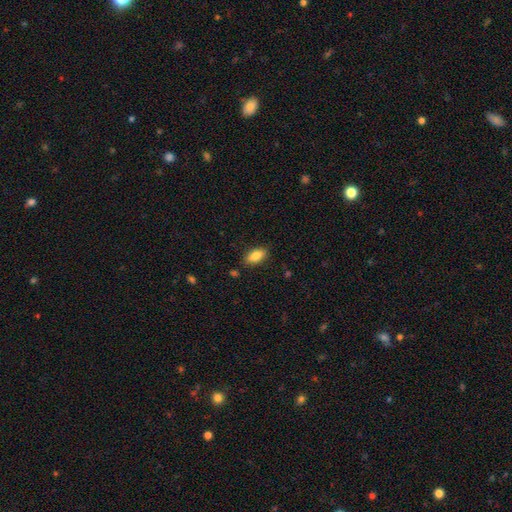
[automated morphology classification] type=smooth (84%); roundness=in between (88%); merging=none (85%).